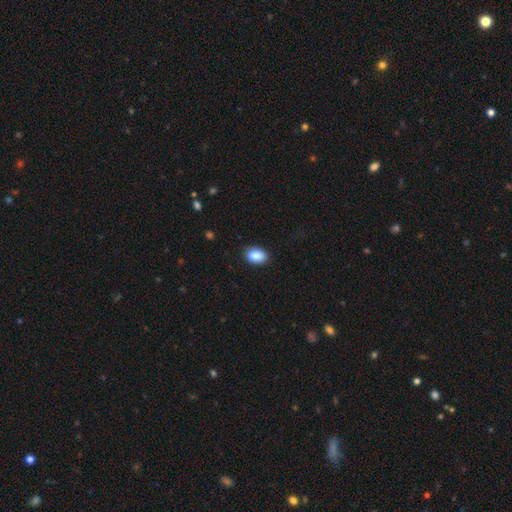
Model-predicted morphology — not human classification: Smooth or featured? smooth (89%)
How rounded? in between (87%)
Merging? none (84%)